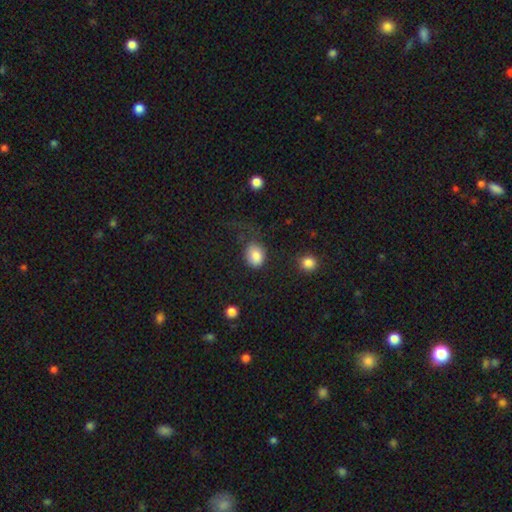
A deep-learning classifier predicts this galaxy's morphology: Smooth or featured?
  - smooth: 84% *
  - star or artifact: 9%
  - featured or disk: 7%
How rounded?
  - in between: 53% *
  - round: 46%
  - cigar-shaped: 1%
Merging?
  - none: 58% *
  - minor disturbance: 21%
  - major disturbance: 18%
  - merger: 4%